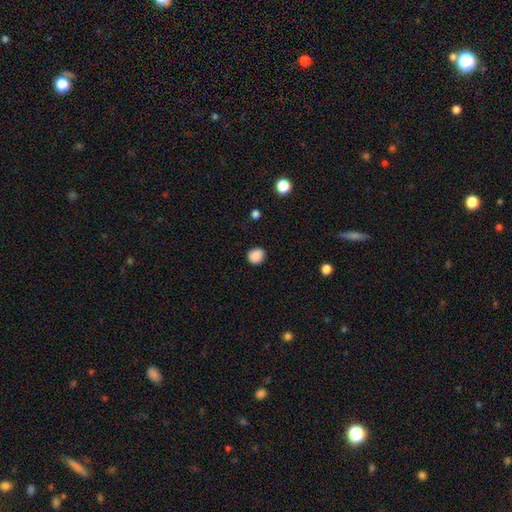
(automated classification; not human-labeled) smooth_or_featured: smooth (p=0.88) [alt: star or artifact p=0.09]
how_rounded: round (p=0.78) [alt: in between p=0.21]
merging: none (p=0.85) [alt: minor disturbance p=0.11]